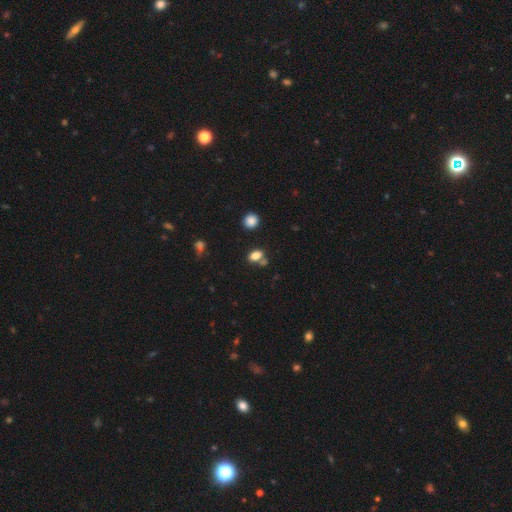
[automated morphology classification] A smooth galaxy with no disk features (81%) that is in between round and cigar-shaped (80%).

Vote fractions:
- Smooth or featured? smooth: 81% / star or artifact: 12% / featured or disk: 7%
- How rounded? in between: 80% / round: 17% / cigar-shaped: 3%
- Merging? none: 58% / merger: 25% / minor disturbance: 12% / major disturbance: 4%